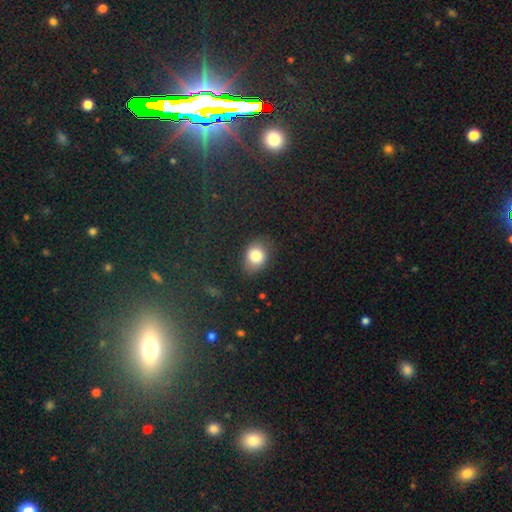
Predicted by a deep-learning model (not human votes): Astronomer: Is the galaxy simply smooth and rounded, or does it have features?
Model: smooth — 83%.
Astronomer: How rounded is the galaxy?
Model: in between — 52% (runner-up: round, 47%).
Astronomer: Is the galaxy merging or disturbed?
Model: none — 74%.